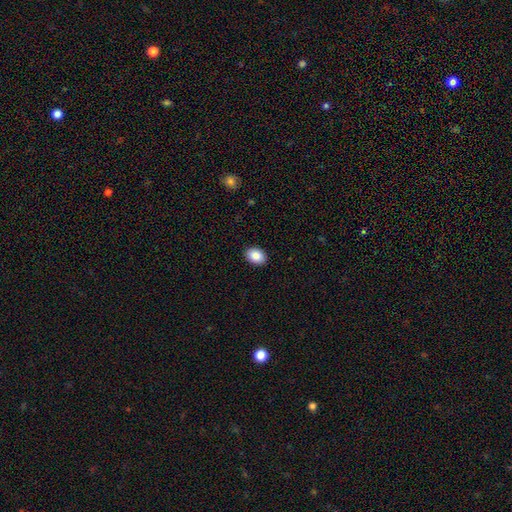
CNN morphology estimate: Smooth or featured? Predicted: smooth (p=0.88). How rounded? Predicted: in between (p=0.76). Merging? Predicted: none (p=0.91).